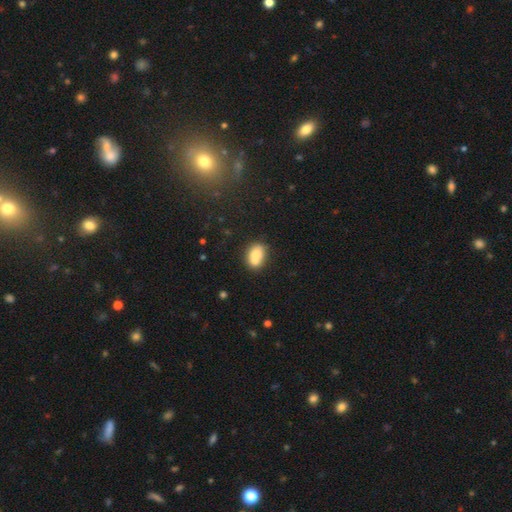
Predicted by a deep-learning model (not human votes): This is likely a smooth galaxy (77%). How rounded: likely in between (72%). Merging: marginally merger (40%, tied with none).